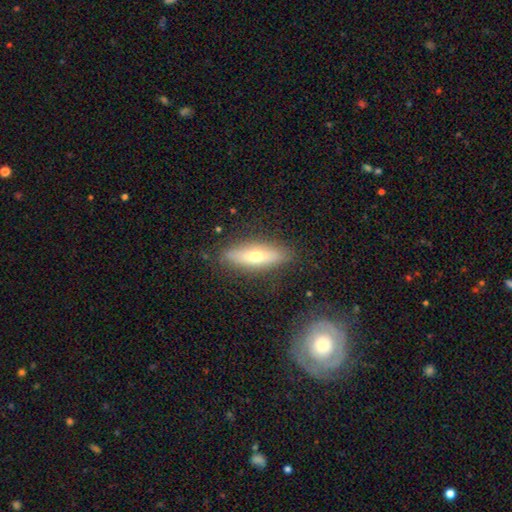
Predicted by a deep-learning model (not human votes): A smooth galaxy with no disk features (53%) that is cigar-shaped (52%). Merging: none (85%).